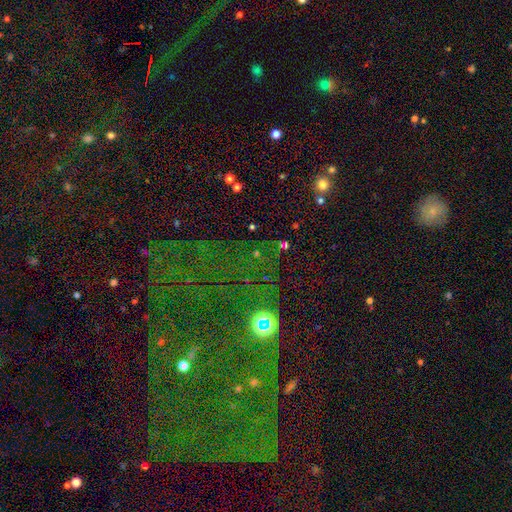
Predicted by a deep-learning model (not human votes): Smooth or featured: star or artifact — 74% (smooth — 15%)